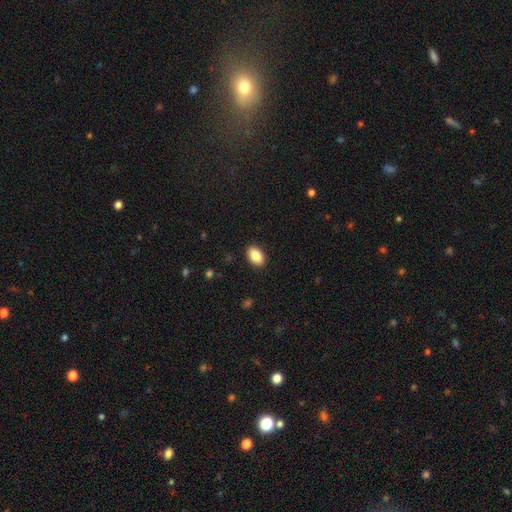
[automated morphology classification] Smooth or featured? smooth (88%)
How rounded? in between (90%)
Merging? none (90%)